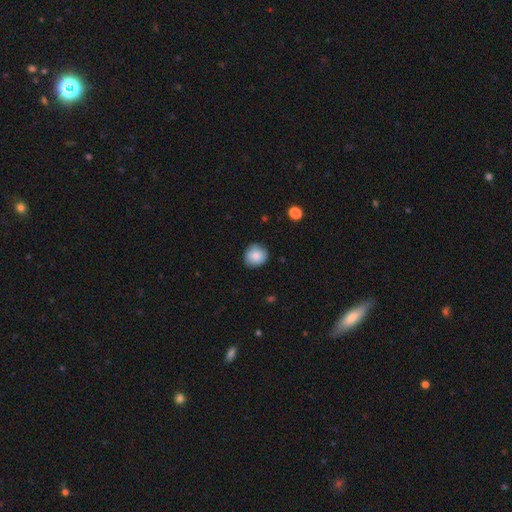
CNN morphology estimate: smooth_or_featured: smooth (p=0.86) [alt: star or artifact p=0.08]
how_rounded: round (p=0.89) [alt: in between p=0.10]
merging: none (p=0.85) [alt: minor disturbance p=0.12]